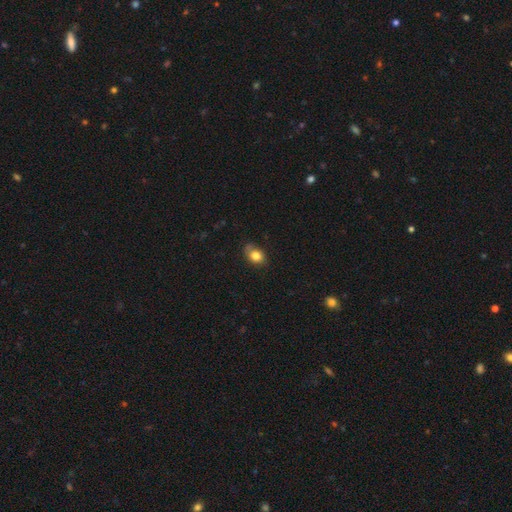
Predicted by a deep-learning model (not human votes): smooth 80%, featured or disk 10%, star or artifact 10%. Down the decision tree: how rounded — in between (66%); merging — none (66%).